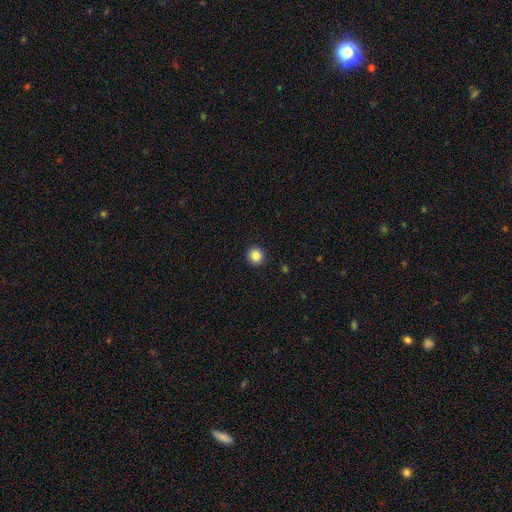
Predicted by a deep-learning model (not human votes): Smooth or featured?
  - smooth: 85% *
  - star or artifact: 10%
  - featured or disk: 5%
How rounded?
  - round: 94% *
  - in between: 5%
  - cigar-shaped: 1%
Merging?
  - none: 93% *
  - minor disturbance: 4%
  - major disturbance: 2%
  - merger: 1%